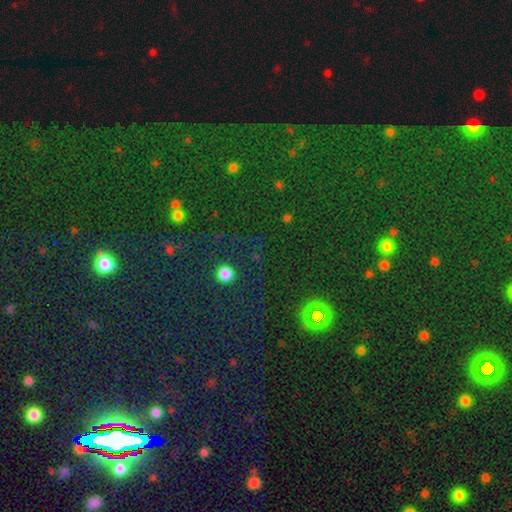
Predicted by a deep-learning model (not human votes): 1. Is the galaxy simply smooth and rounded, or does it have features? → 66% star or artifact, 27% smooth, 8% featured or disk.